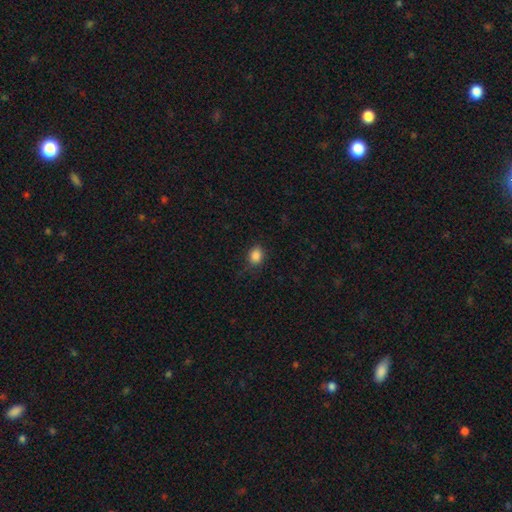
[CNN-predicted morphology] The model was most divided on "how rounded": in between: 53%, round: 46%, cigar-shaped: 1%. More confident: smooth or featured — smooth (86%); merging — none (82%).